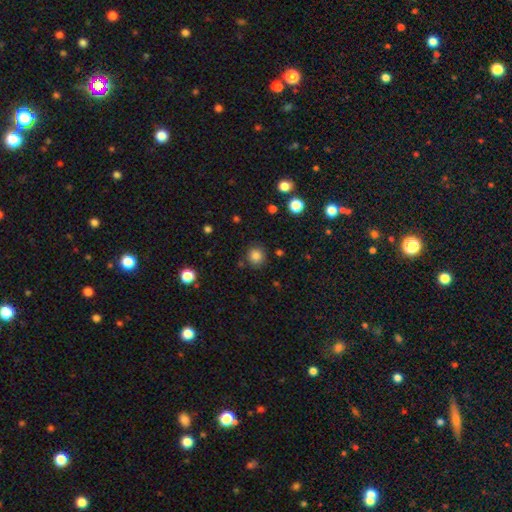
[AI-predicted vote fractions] Smooth or featured? smooth (84%)
How rounded? round (90%)
Merging? none (85%)